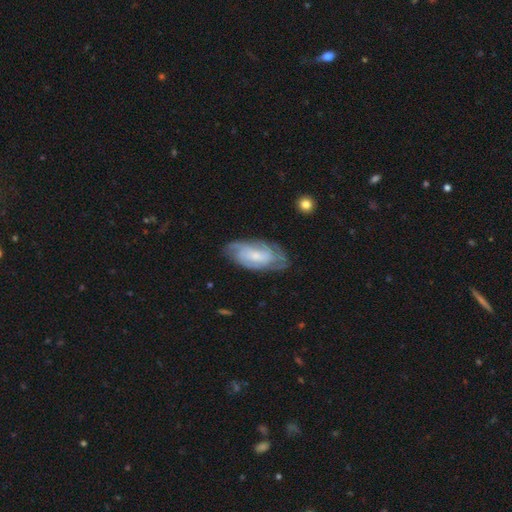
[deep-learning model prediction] This appears to be a featured or disk galaxy (70%) with no bar (62%), tight (55%) spiral arms (90%) and a small central bulge (55%). Merging: none (70%).